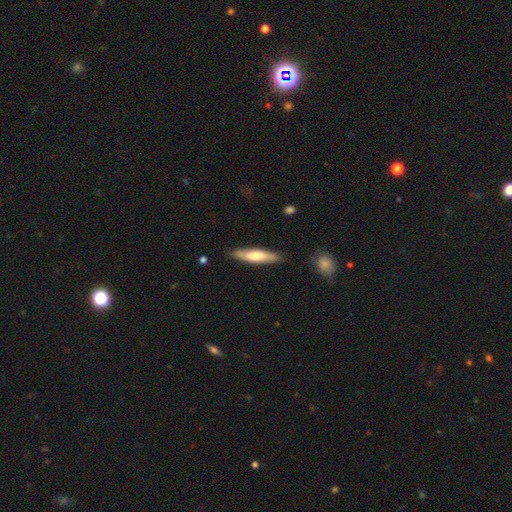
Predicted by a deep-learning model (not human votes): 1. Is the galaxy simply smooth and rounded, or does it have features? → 64% smooth, 31% featured or disk, 5% star or artifact.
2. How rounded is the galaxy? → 80% cigar-shaped, 18% in between, 1% round.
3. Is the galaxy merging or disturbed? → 85% none, 11% minor disturbance, 2% major disturbance, 1% merger.